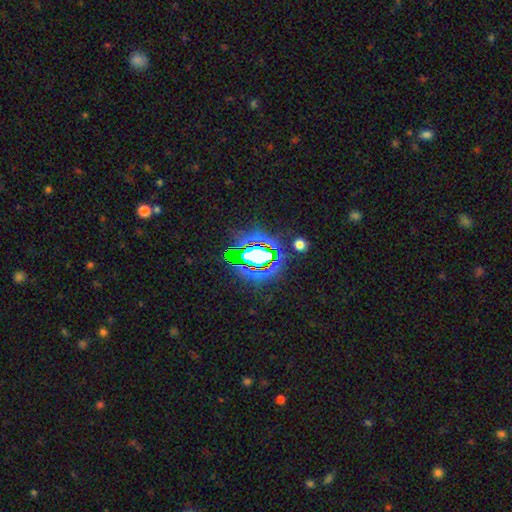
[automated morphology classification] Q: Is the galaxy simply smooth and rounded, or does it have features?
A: star or artifact — 66%.